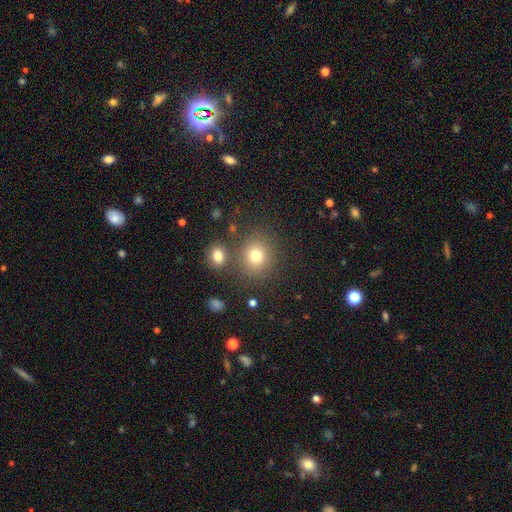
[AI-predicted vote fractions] smooth-or-featured: smooth: 75% | star or artifact: 15% | featured or disk: 10%
  how-rounded: round: 84% | in between: 15% | cigar-shaped: 1%
  merging: none: 76% | merger: 10% | minor disturbance: 9% | major disturbance: 4%